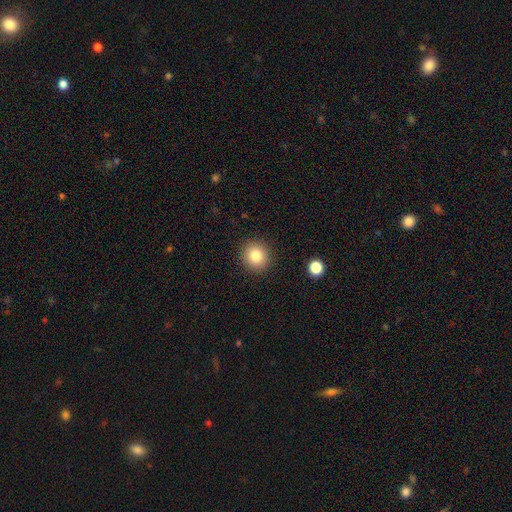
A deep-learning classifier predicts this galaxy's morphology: This is clearly a smooth galaxy (82%). How rounded: clearly round (91%). Merging: clearly none (91%).